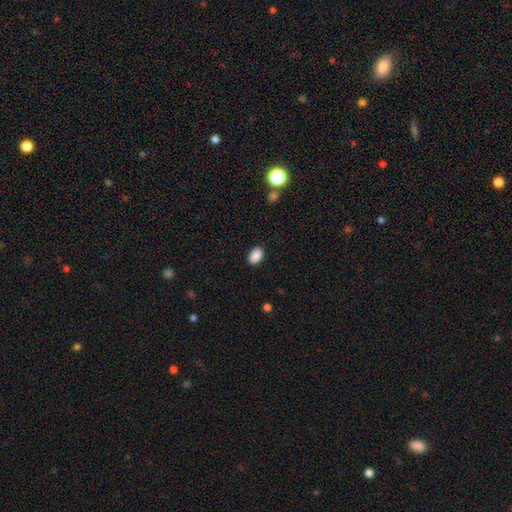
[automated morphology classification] Q: Smooth or featured?
A: smooth (89%); runner-up: star or artifact (8%)
Q: How rounded?
A: in between (86%); runner-up: round (13%)
Q: Merging?
A: none (88%); runner-up: minor disturbance (9%)